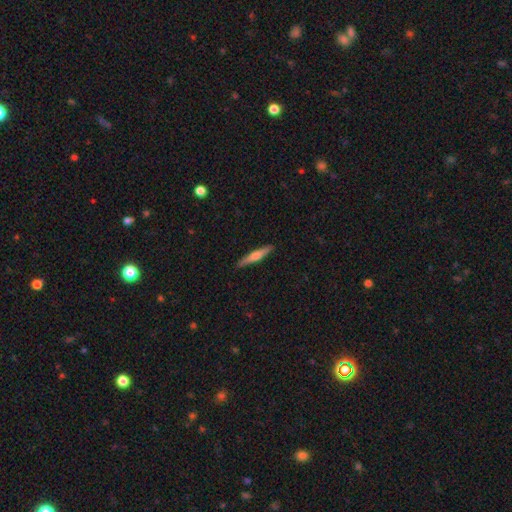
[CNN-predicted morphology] Smooth or featured? featured or disk (51%)
Edge-on disk? yes (97%)
Merging? none (91%)